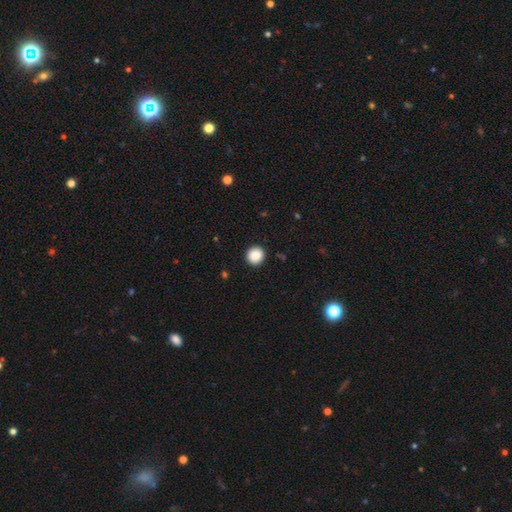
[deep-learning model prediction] smooth 88%, star or artifact 9%, featured or disk 2%. Down the decision tree: how rounded — round (93%); merging — none (92%).